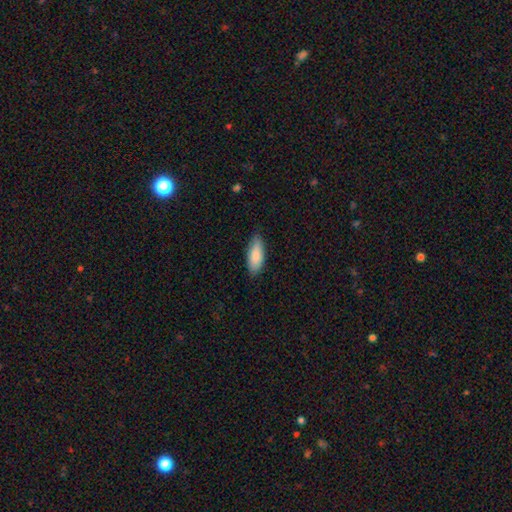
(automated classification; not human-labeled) Smooth or featured: smooth — 86% (featured or disk — 8%)
How rounded: in between — 77% (cigar-shaped — 21%)
Merging: none — 80% (minor disturbance — 16%)